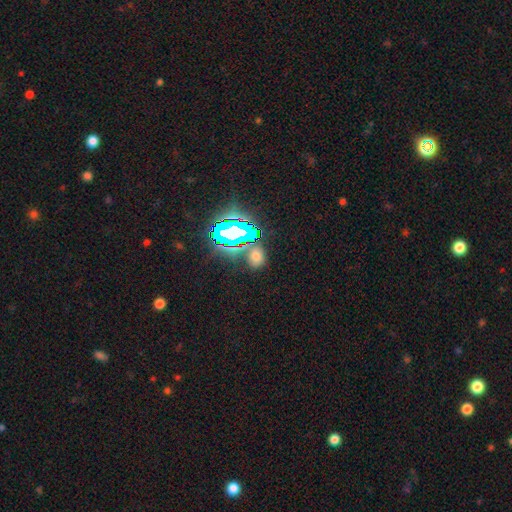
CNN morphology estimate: Smooth or featured?
  - smooth: 52% *
  - star or artifact: 39%
  - featured or disk: 9%
How rounded?
  - in between: 61% *
  - round: 36%
  - cigar-shaped: 2%
Merging?
  - none: 76% *
  - minor disturbance: 12%
  - merger: 6%
  - major disturbance: 5%